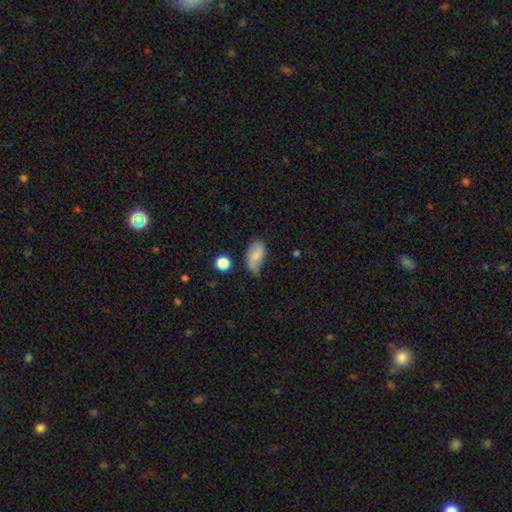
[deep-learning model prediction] smooth-or-featured: smooth: 74% | featured or disk: 17% | star or artifact: 8%
  how-rounded: in between: 91% | round: 5% | cigar-shaped: 3%
  merging: none: 46% | minor disturbance: 39% | major disturbance: 11% | merger: 4%